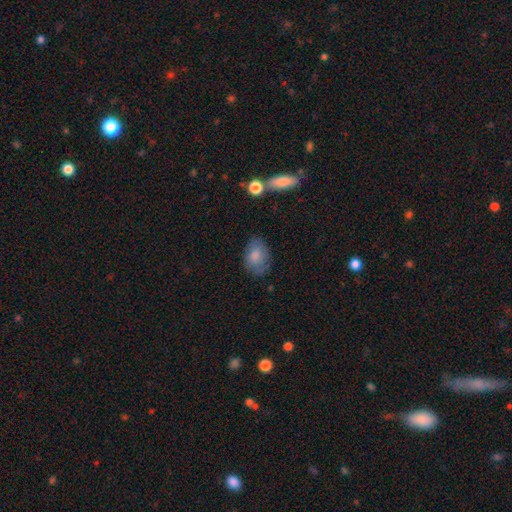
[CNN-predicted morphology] Smooth or featured? smooth (79%)
How rounded? in between (82%)
Merging? none (70%)